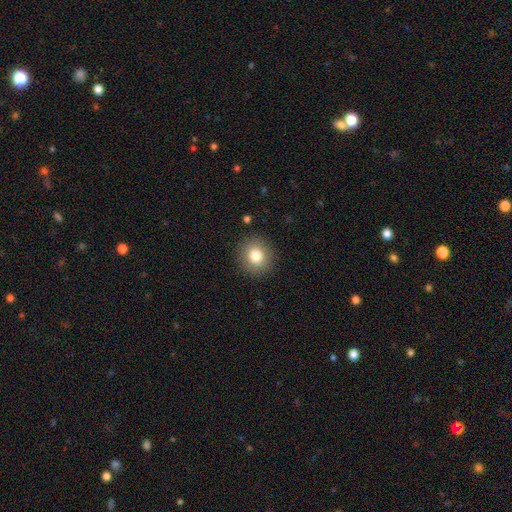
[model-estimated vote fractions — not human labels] smooth_or_featured: smooth (p=0.80) [alt: star or artifact p=0.10]
how_rounded: round (p=0.86) [alt: in between p=0.13]
merging: none (p=0.90) [alt: minor disturbance p=0.07]